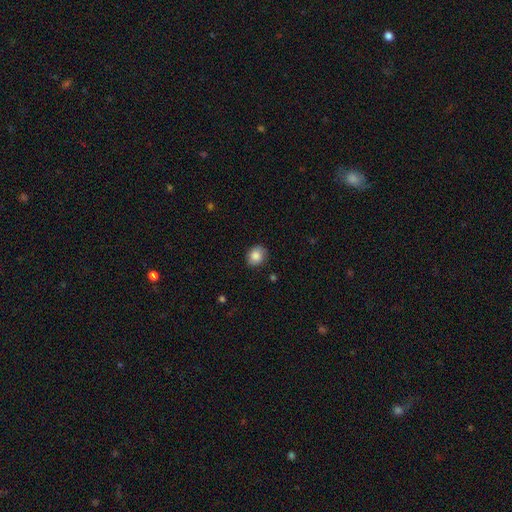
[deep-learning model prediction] A smooth galaxy with no disk features (84%) that is round (60%).

Vote fractions:
- Smooth or featured? smooth: 84% / star or artifact: 8% / featured or disk: 8%
- How rounded? round: 60% / in between: 39% / cigar-shaped: 1%
- Merging? none: 83% / minor disturbance: 13% / major disturbance: 3% / merger: 1%